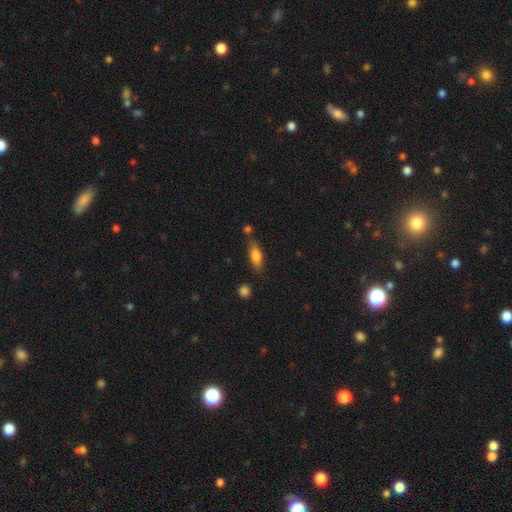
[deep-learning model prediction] Overall: smooth (75%). How rounded: in between (63%; cigar-shaped 34%). Merging: none (73%).